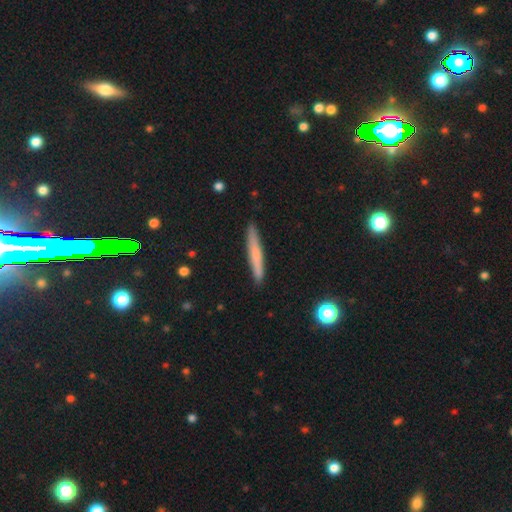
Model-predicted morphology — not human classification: Q: Smooth or featured?
A: smooth (62%); runner-up: featured or disk (31%)
Q: How rounded?
A: cigar-shaped (95%); runner-up: in between (3%)
Q: Merging?
A: none (90%); runner-up: minor disturbance (7%)